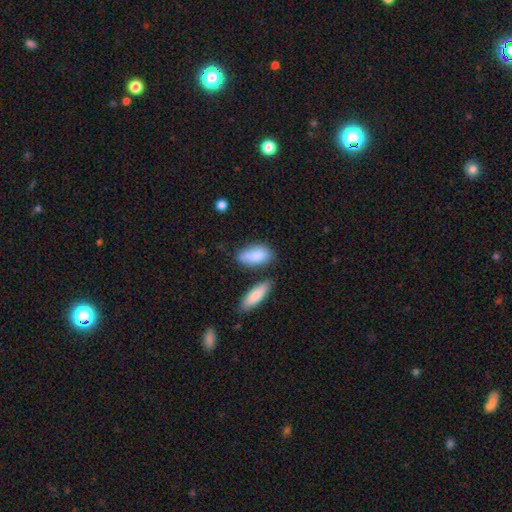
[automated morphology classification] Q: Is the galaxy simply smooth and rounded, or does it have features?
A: smooth — 84%.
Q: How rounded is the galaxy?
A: in between — 85%.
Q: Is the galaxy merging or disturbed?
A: none — 60%.